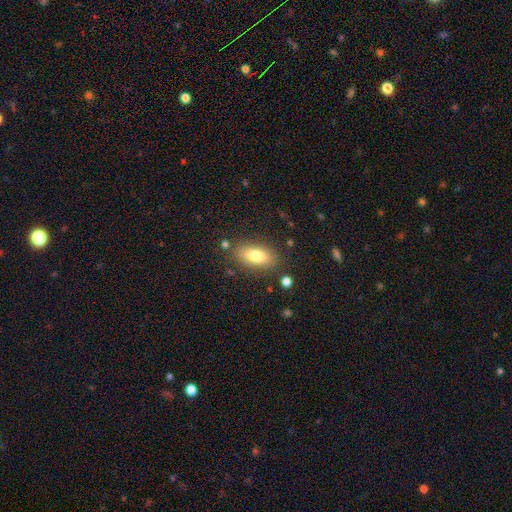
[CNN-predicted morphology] smooth_or_featured: smooth (p=0.78) [alt: featured or disk p=0.14]
how_rounded: in between (p=0.84) [alt: cigar-shaped p=0.12]
merging: none (p=0.82) [alt: minor disturbance p=0.12]